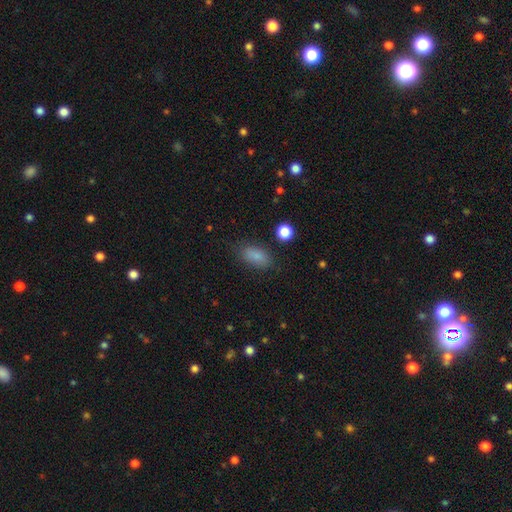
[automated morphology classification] smooth-or-featured: smooth: 83% | star or artifact: 10% | featured or disk: 7%
  how-rounded: in between: 88% | cigar-shaped: 6% | round: 6%
  merging: none: 78% | minor disturbance: 15% | major disturbance: 5% | merger: 2%